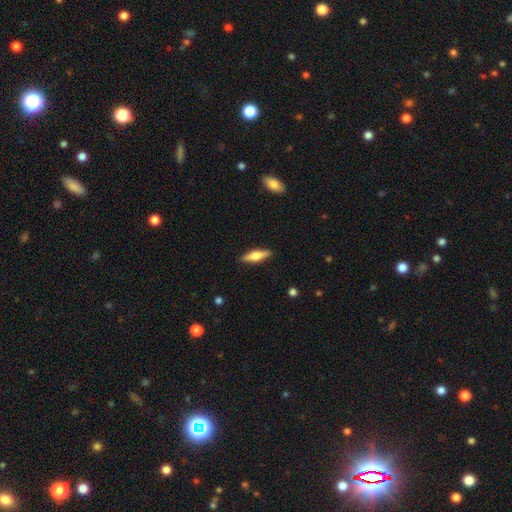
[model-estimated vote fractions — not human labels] This appears to be a smooth galaxy with no disk features (51%) that is cigar-shaped (62%). Merging: none (89%).